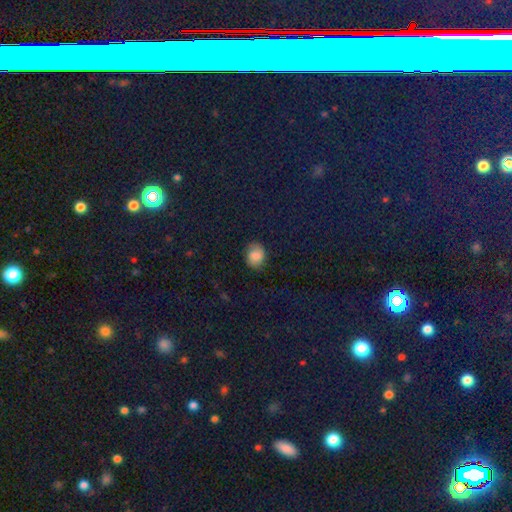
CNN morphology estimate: This is likely a smooth galaxy (76%). How rounded: possibly round (52%). Merging: likely none (79%).